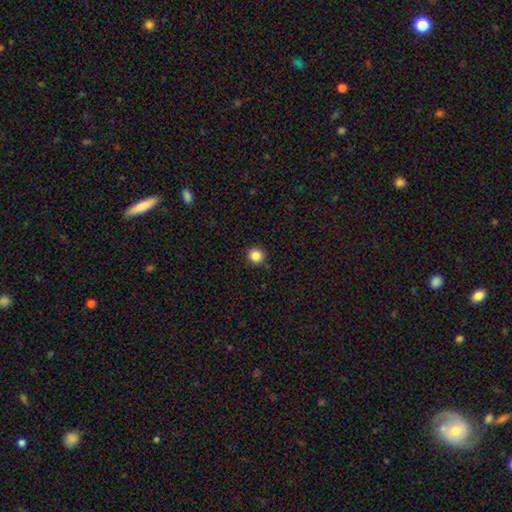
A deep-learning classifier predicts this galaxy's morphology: Smooth or featured? smooth (85%)
How rounded? round (93%)
Merging? none (91%)